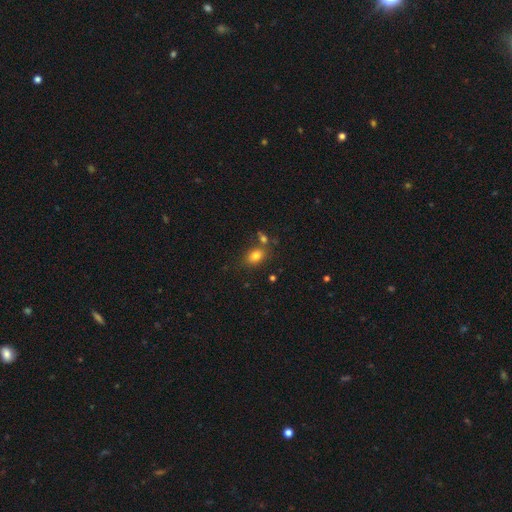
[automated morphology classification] smooth_or_featured: smooth (p=0.80) [alt: star or artifact p=0.11]
how_rounded: in between (p=0.79) [alt: round p=0.20]
merging: none (p=0.68) [alt: merger p=0.15]